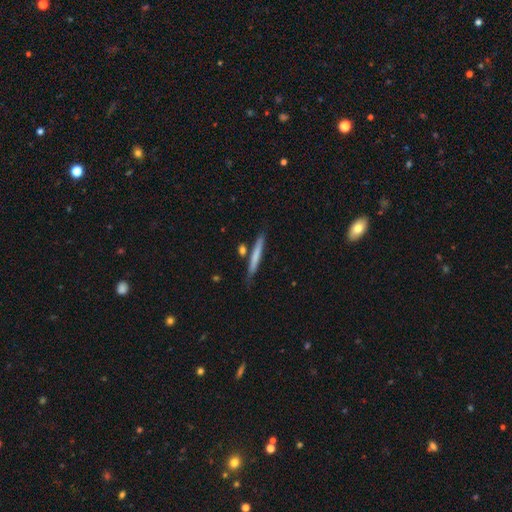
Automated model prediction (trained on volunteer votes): This is likely a smooth galaxy (65%). How rounded: clearly cigar-shaped (95%). Merging: likely none (77%).